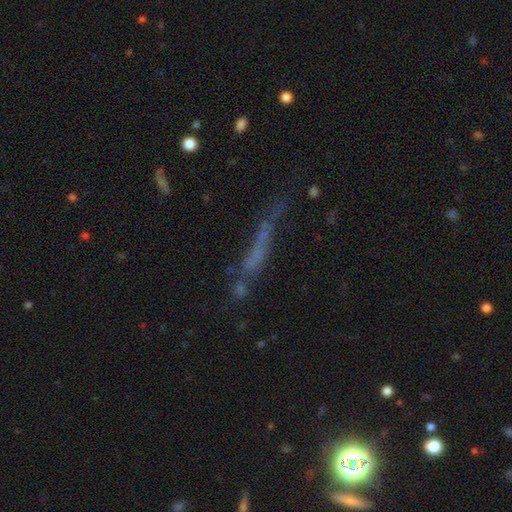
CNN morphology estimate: smooth_or_featured: smooth (p=0.41) [alt: featured or disk p=0.37]
merging: none (p=0.46) [alt: major disturbance p=0.21]